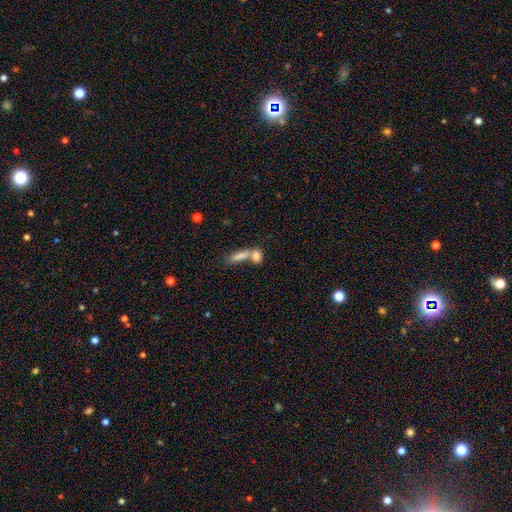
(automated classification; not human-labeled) Morphology: type=smooth (80%); roundness=in between (59%); merging=merger (56%).